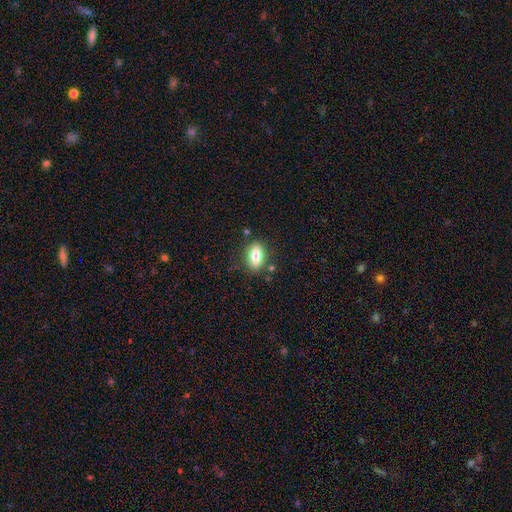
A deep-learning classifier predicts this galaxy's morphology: Overall: smooth (69%). How rounded: in between (77%). Merging: none (82%).